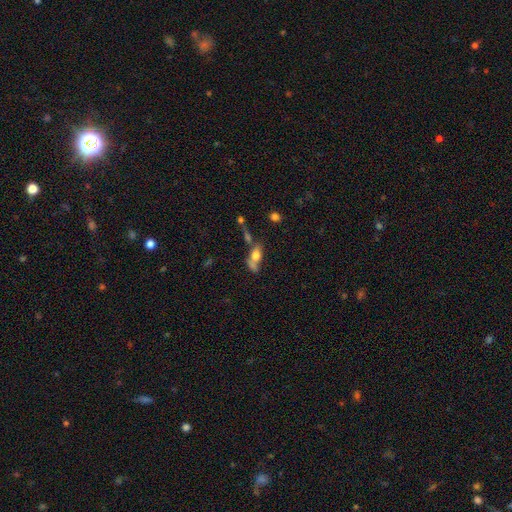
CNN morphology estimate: Smooth or featured?
  - smooth: 60% *
  - featured or disk: 29%
  - star or artifact: 12%
How rounded?
  - in between: 72% *
  - cigar-shaped: 16%
  - round: 12%
Merging?
  - merger: 35% *
  - none: 32%
  - major disturbance: 16%
  - minor disturbance: 16%